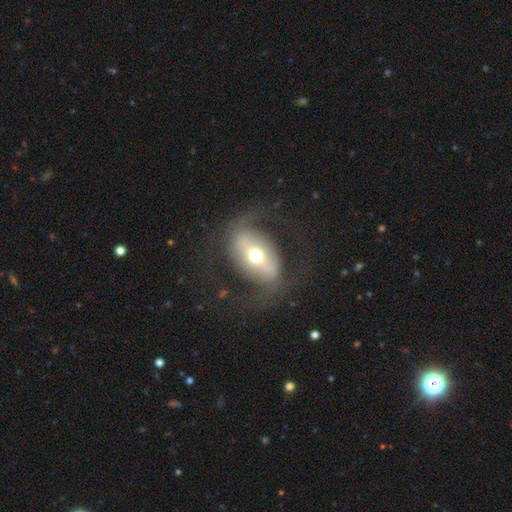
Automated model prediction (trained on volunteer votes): Smooth or featured? Predicted: featured or disk (p=0.70). Edge-on disk? Predicted: no (p=0.87). Bar? Predicted: strong (p=0.58). Spiral arms? Predicted: yes (p=0.58). Bulge size? Predicted: moderate (p=0.63). Merging? Predicted: none (p=0.64).